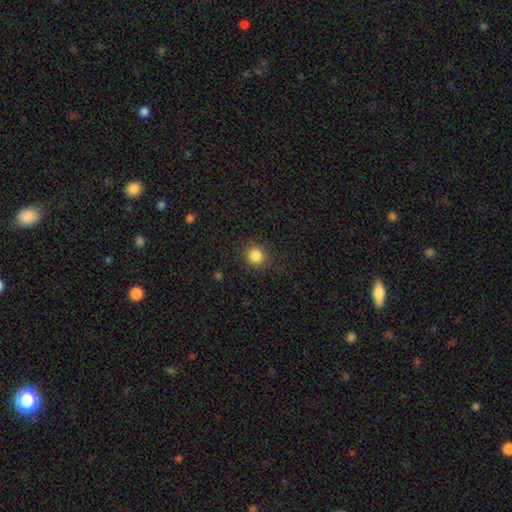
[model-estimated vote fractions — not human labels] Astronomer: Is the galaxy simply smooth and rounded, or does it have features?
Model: smooth — 85%.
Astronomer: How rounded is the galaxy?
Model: round — 89%.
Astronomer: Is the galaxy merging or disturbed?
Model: none — 88%.